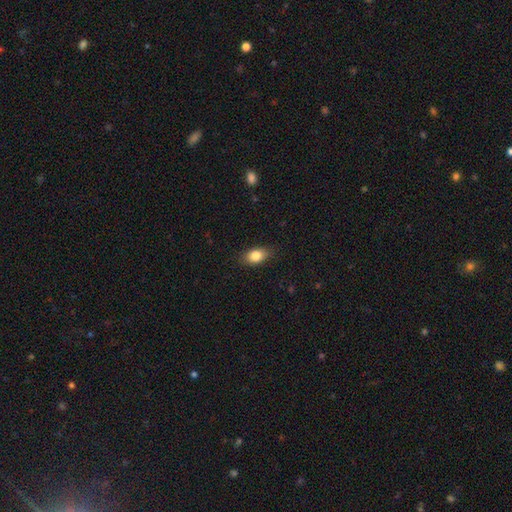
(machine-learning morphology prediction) Overall: smooth (83%). How rounded: in between (82%). Merging: none (83%).